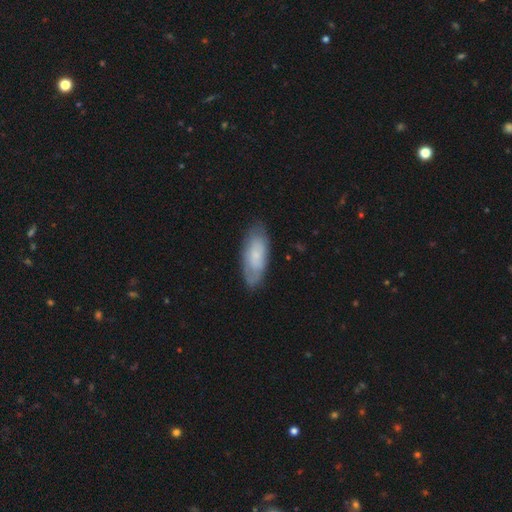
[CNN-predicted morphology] A smooth galaxy with no disk features (60%) that is in between round and cigar-shaped (79%).

Vote fractions:
- Smooth or featured? smooth: 60% / featured or disk: 34% / star or artifact: 6%
- How rounded? in between: 79% / cigar-shaped: 19% / round: 2%
- Merging? none: 76% / minor disturbance: 18% / major disturbance: 5% / merger: 1%